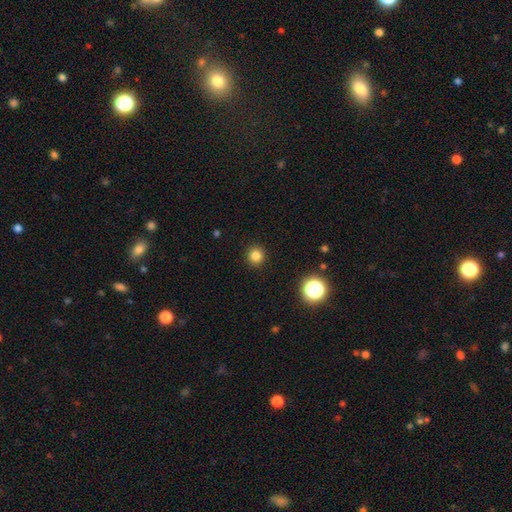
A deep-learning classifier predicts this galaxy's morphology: A smooth galaxy with no disk features (82%) that is round (94%). Merging: none (92%).